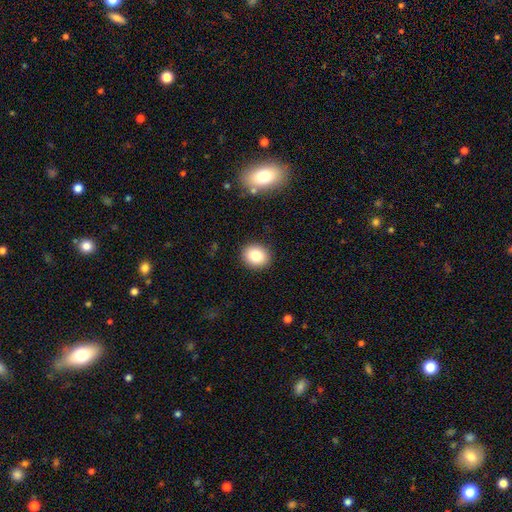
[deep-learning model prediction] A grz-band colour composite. It shows a smooth galaxy with no disk features (83%) that is round (65%). Merging: none (89%).